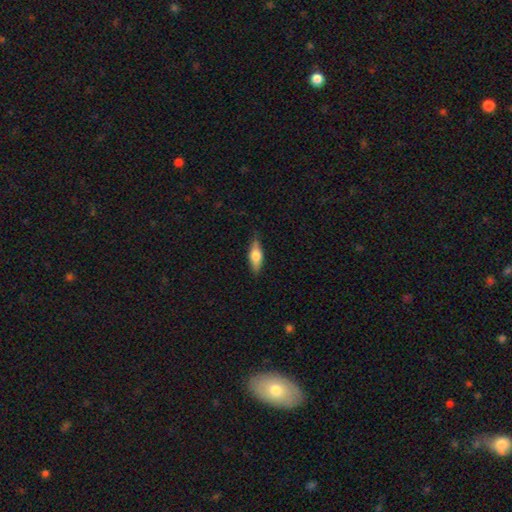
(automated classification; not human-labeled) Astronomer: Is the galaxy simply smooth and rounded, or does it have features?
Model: smooth — 60%.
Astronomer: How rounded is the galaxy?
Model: in between — 61%.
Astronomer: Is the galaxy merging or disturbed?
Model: none — 84%.